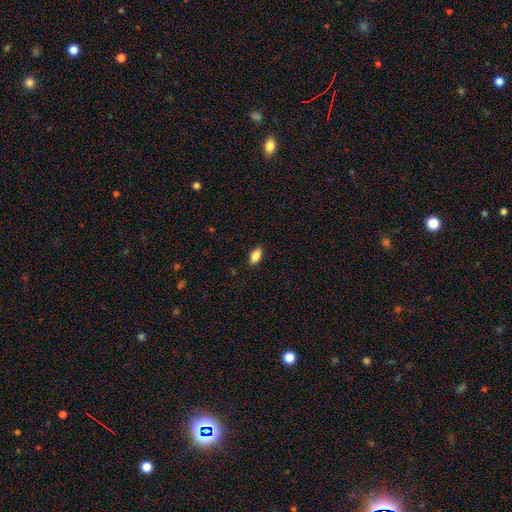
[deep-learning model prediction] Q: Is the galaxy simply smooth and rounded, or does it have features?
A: smooth — 85%.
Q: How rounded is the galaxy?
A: in between — 90%.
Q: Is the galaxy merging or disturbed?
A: none — 87%.